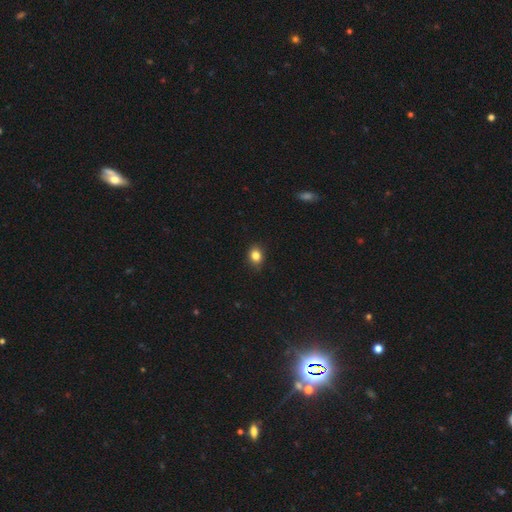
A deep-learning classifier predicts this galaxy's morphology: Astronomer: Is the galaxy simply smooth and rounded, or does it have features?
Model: smooth — 84%.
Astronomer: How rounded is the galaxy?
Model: round — 55% (runner-up: in between, 44%).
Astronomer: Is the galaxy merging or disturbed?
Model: none — 87%.